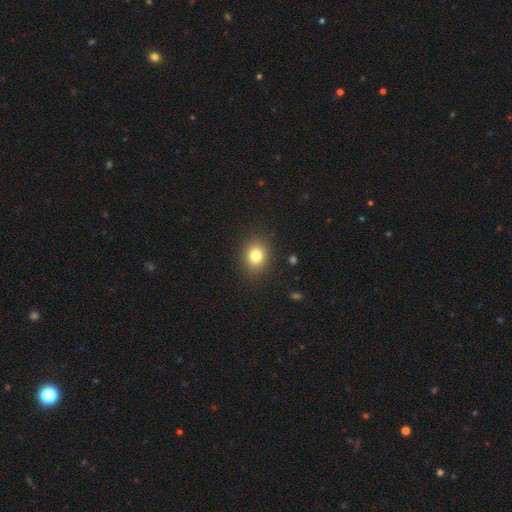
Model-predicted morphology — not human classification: Smooth or featured? smooth (80%)
How rounded? round (58%)
Merging? none (88%)